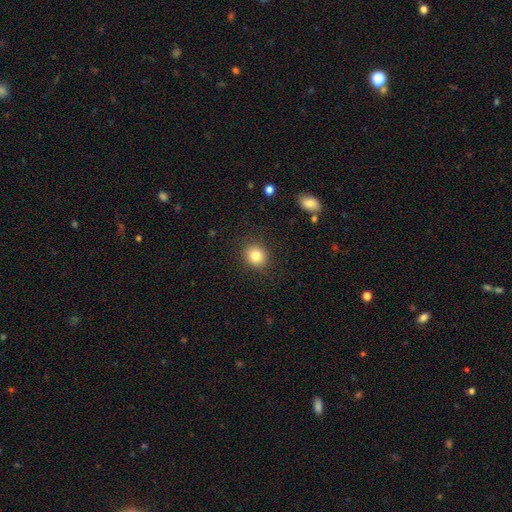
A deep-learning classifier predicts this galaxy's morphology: Smooth or featured?
  - smooth: 83% *
  - star or artifact: 10%
  - featured or disk: 7%
How rounded?
  - round: 76% *
  - in between: 23%
  - cigar-shaped: 1%
Merging?
  - none: 88% *
  - minor disturbance: 8%
  - major disturbance: 3%
  - merger: 1%